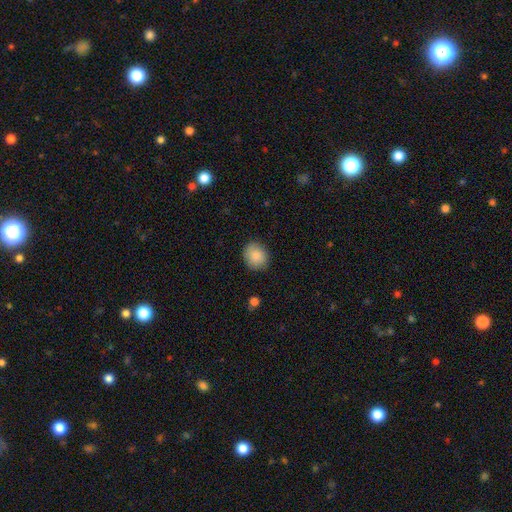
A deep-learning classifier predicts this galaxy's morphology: Smooth or featured? Predicted: smooth (p=0.87). How rounded? Predicted: round (p=0.72). Merging? Predicted: none (p=0.86).